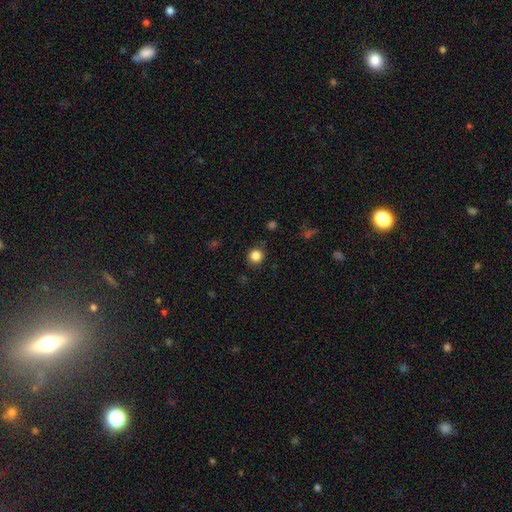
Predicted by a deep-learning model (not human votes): This appears to be a smooth galaxy with no disk features (85%) that is round (91%). Merging: none (88%).